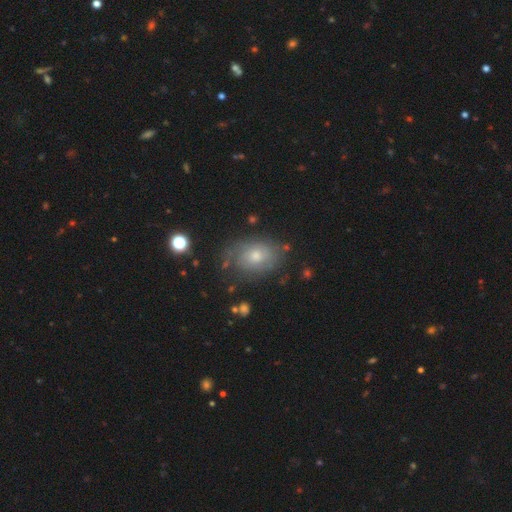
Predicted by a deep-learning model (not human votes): Morphology: type=featured or disk (49%); merging=none (69%).